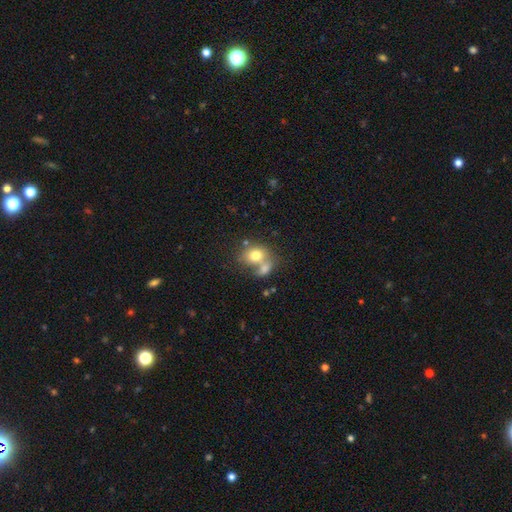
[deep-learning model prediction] smooth 73%, featured or disk 17%, star or artifact 10%. Down the decision tree: how rounded — round (50%); merging — merger (51%).